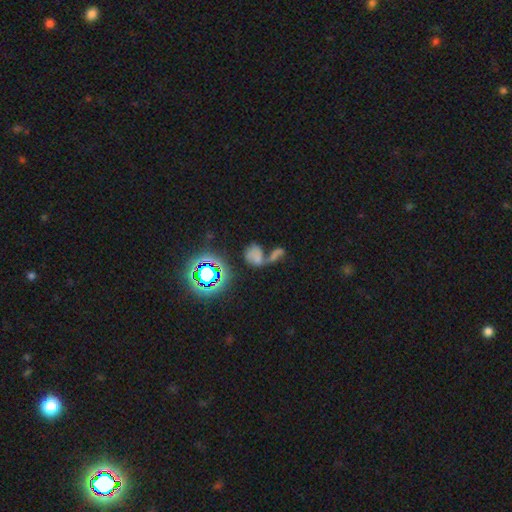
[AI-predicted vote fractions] Morphology: type=smooth (53%); roundness=in between (62%); merging=merger (62%).